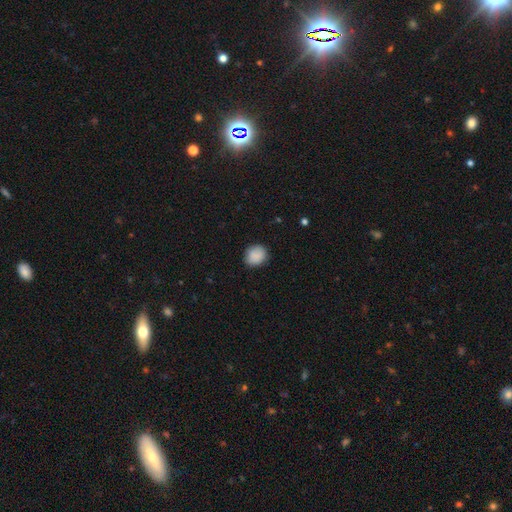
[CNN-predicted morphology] smooth 89%, star or artifact 7%, featured or disk 4%. Down the decision tree: how rounded — round (72%); merging — none (85%).